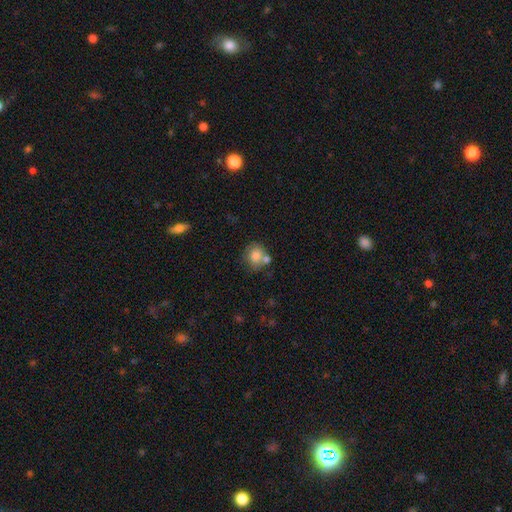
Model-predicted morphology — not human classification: Smooth or featured?
  - smooth: 79% *
  - featured or disk: 13%
  - star or artifact: 9%
How rounded?
  - round: 75% *
  - in between: 24%
  - cigar-shaped: 1%
Merging?
  - none: 55% *
  - merger: 26%
  - minor disturbance: 14%
  - major disturbance: 4%